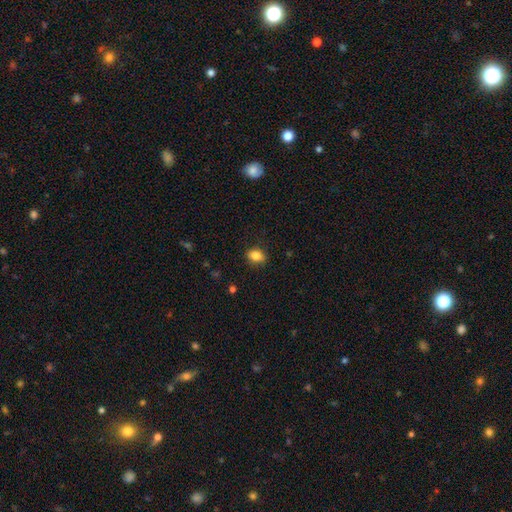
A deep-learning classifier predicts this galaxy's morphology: Smooth or featured? smooth (84%)
How rounded? in between (63%)
Merging? none (85%)